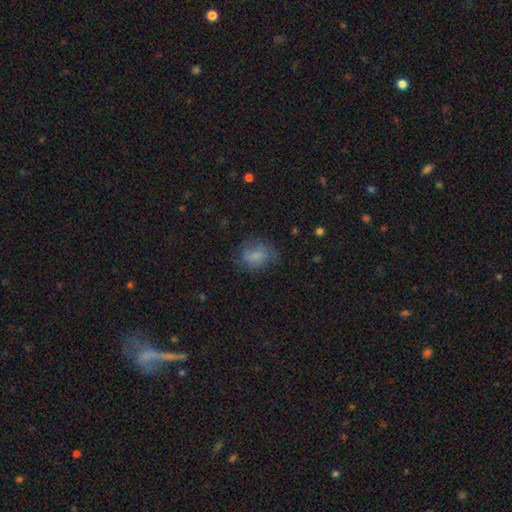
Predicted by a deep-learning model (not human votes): Smooth or featured: smooth — 69% (featured or disk — 21%)
How rounded: in between — 51% (round — 48%)
Merging: none — 63% (minor disturbance — 23%)